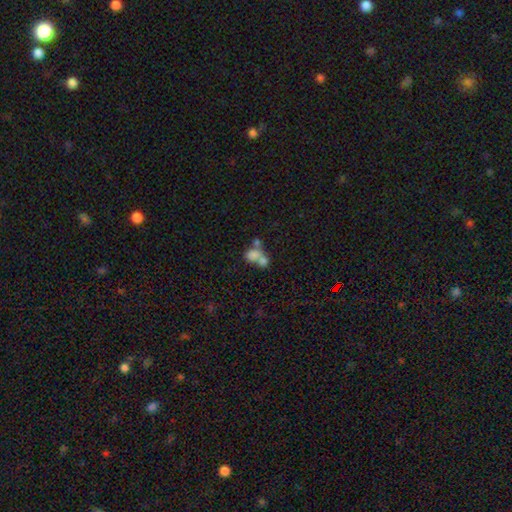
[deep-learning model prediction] smooth-or-featured: smooth: 73% | featured or disk: 16% | star or artifact: 11%
  how-rounded: in between: 60% | round: 38% | cigar-shaped: 2%
  merging: merger: 69% | none: 19% | minor disturbance: 6% | major disturbance: 5%